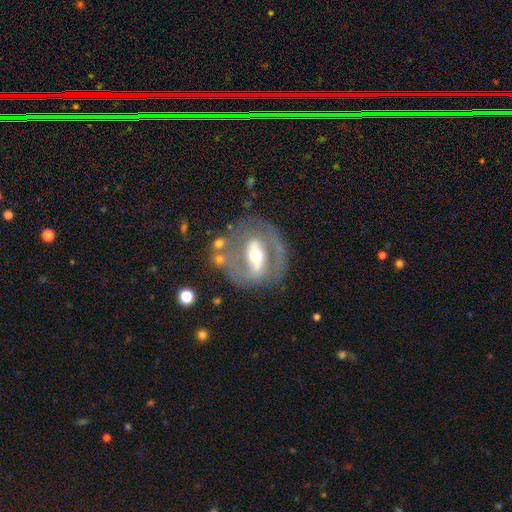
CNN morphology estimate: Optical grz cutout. It shows a featured or disk galaxy (79%) with a strong bar (57%), spiral arms (63%) and a moderate central bulge (66%). Merging: none (63%).